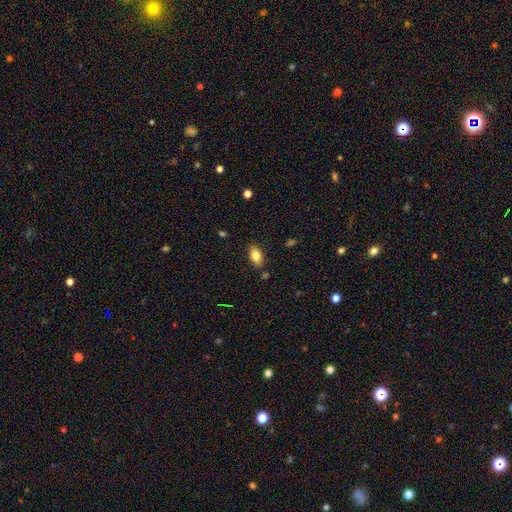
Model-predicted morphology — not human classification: A smooth galaxy with no disk features (81%) that is in between round and cigar-shaped (89%). Merging: none (82%).